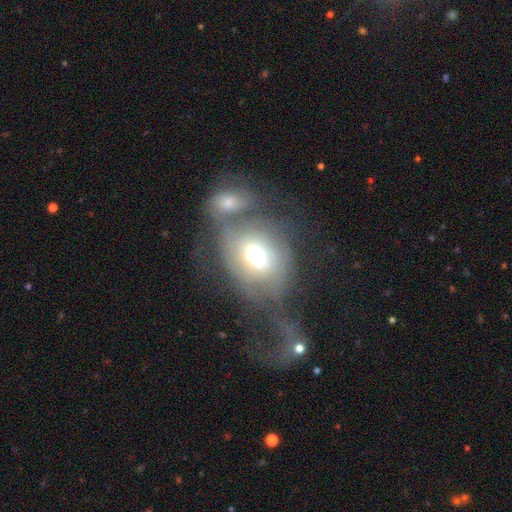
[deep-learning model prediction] This is possibly a featured or disk galaxy (47%). Merging: possibly merger (48%).